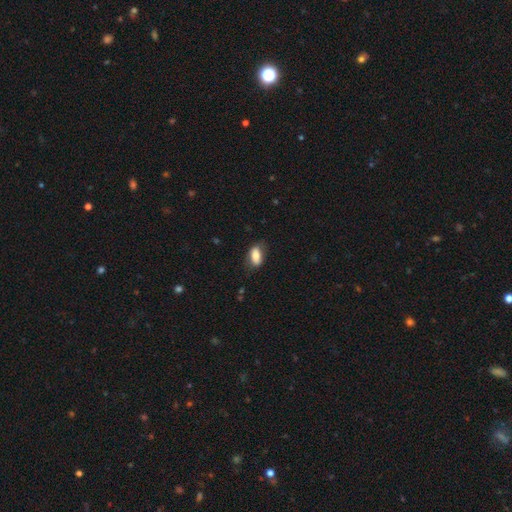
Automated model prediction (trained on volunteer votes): A smooth galaxy with no disk features (79%) that is in between round and cigar-shaped (87%). Merging: none (73%).